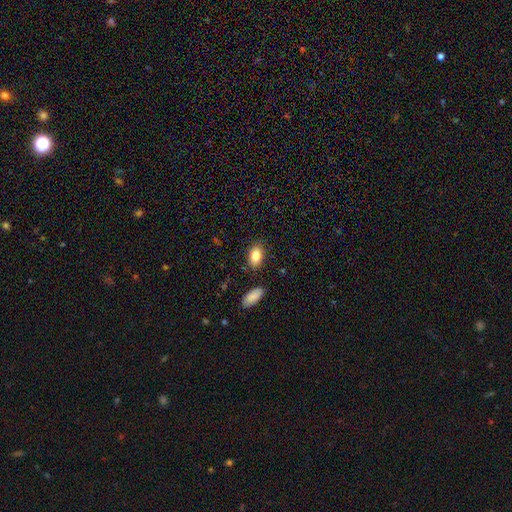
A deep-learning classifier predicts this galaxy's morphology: Smooth or featured?
  - smooth: 84% *
  - featured or disk: 8%
  - star or artifact: 8%
How rounded?
  - in between: 87% *
  - round: 11%
  - cigar-shaped: 2%
Merging?
  - none: 84% *
  - minor disturbance: 10%
  - merger: 3%
  - major disturbance: 3%